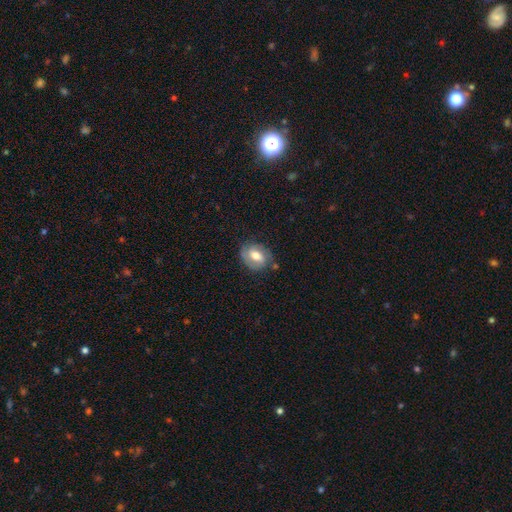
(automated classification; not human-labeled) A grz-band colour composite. It shows a featured or disk galaxy (46%, tied with smooth). Merging: none (70%).